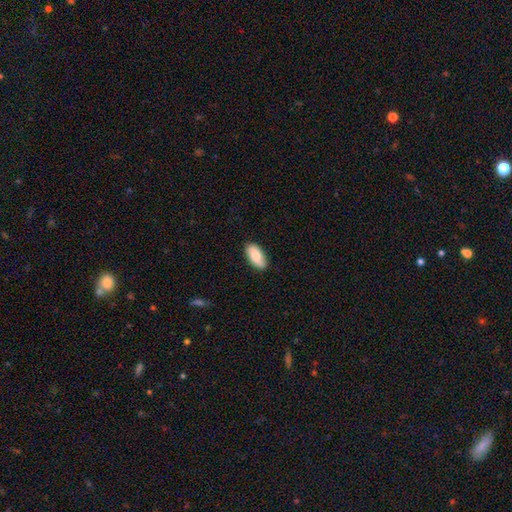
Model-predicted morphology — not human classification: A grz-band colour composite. It shows a smooth galaxy with no disk features (71%) that is in between round and cigar-shaped (90%). Merging: none (86%).